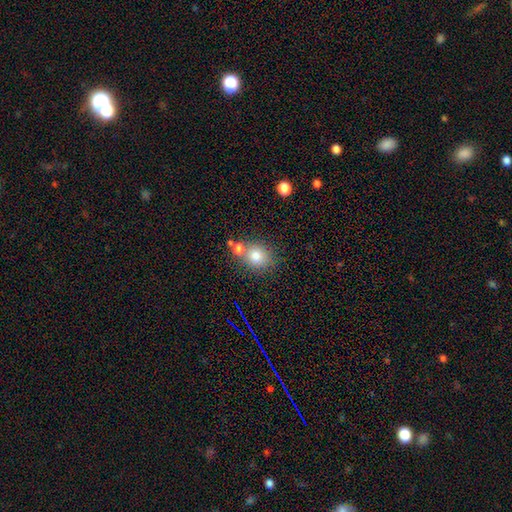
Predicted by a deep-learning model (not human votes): This is likely a smooth galaxy (77%). How rounded: likely round (75%). Merging: likely none (63%).